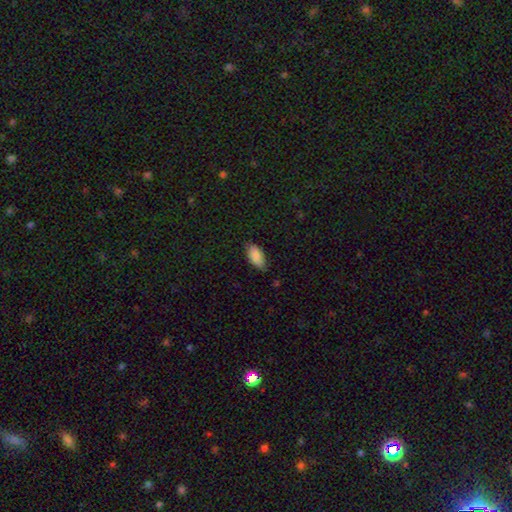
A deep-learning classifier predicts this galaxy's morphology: type=smooth (87%); roundness=in between (92%); merging=none (75%).